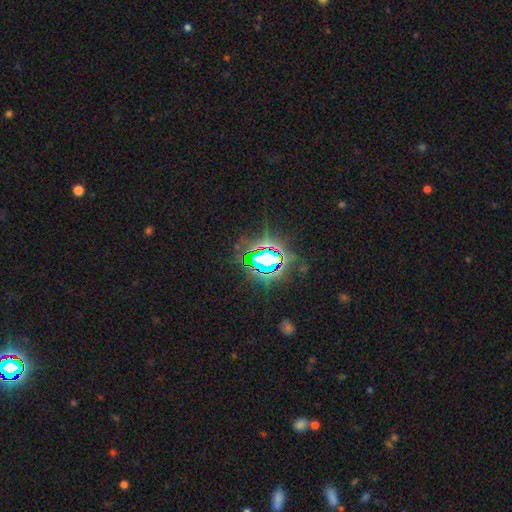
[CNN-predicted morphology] Smooth or featured? Predicted: star or artifact (p=0.81).